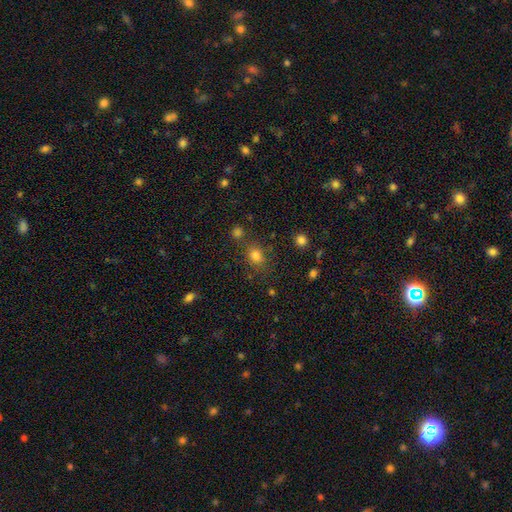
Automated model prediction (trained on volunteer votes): A smooth galaxy with no disk features (76%) that is round (64%). Merging: none (72%).